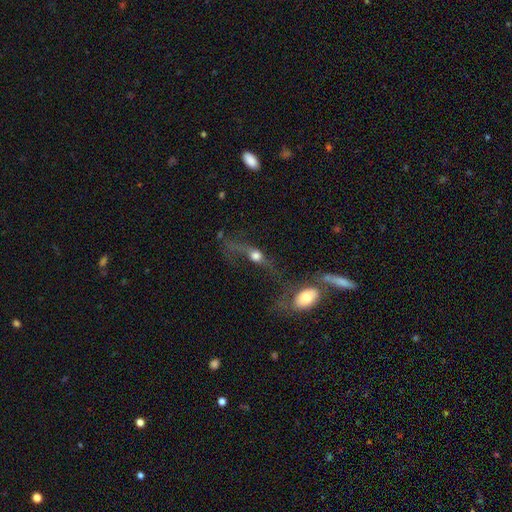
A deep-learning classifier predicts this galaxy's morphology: This appears to be a featured or disk galaxy (48%). Merging: none (36%).